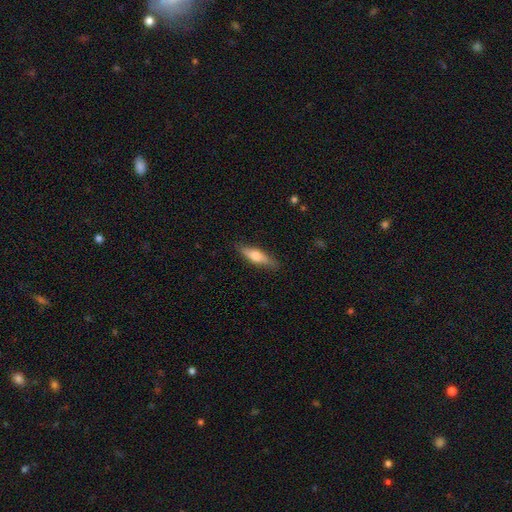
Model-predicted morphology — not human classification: smooth-or-featured: smooth: 57% | featured or disk: 38% | star or artifact: 6%
  how-rounded: cigar-shaped: 62% | in between: 36% | round: 2%
  merging: none: 86% | minor disturbance: 11% | major disturbance: 2% | merger: 1%